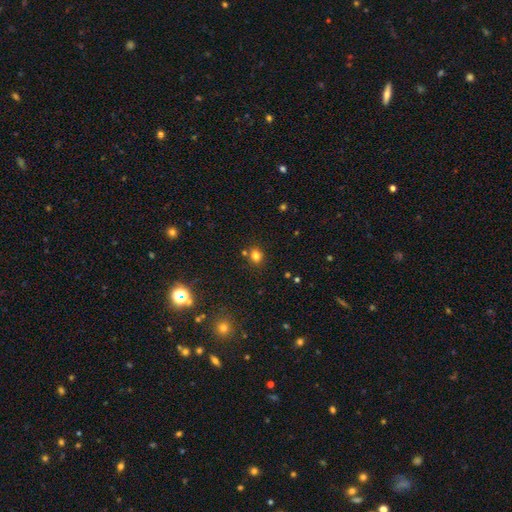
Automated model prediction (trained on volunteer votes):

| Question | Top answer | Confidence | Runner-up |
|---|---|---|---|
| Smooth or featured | smooth | 77% | star or artifact (17%) |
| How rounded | round | 72% | in between (27%) |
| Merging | none | 77% | merger (10%) |